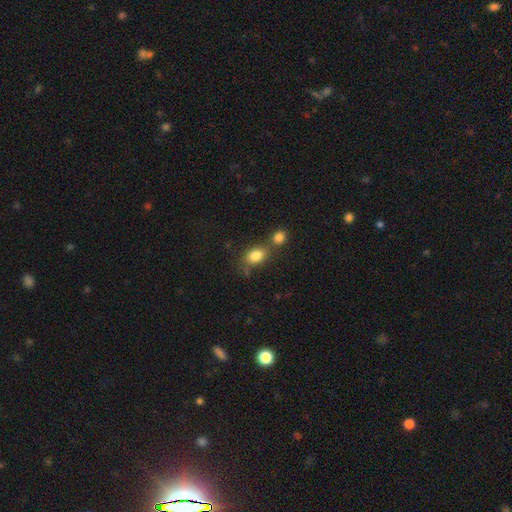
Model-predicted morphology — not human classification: smooth 82%, star or artifact 10%, featured or disk 8%. Down the decision tree: how rounded — in between (76%); merging — none (50%).